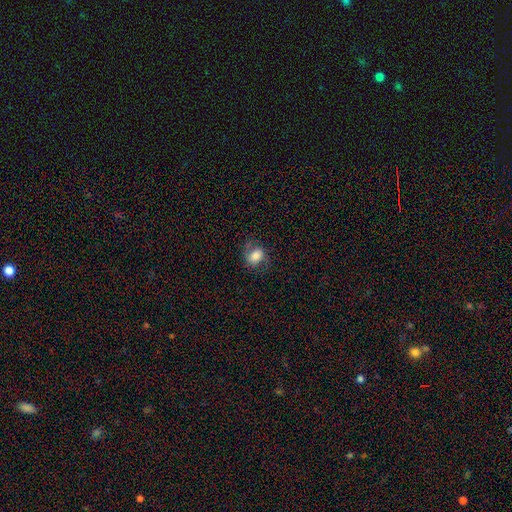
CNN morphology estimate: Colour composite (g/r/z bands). It shows a smooth galaxy with no disk features (63%) that is in between round and cigar-shaped (54%). Merging: none (65%).